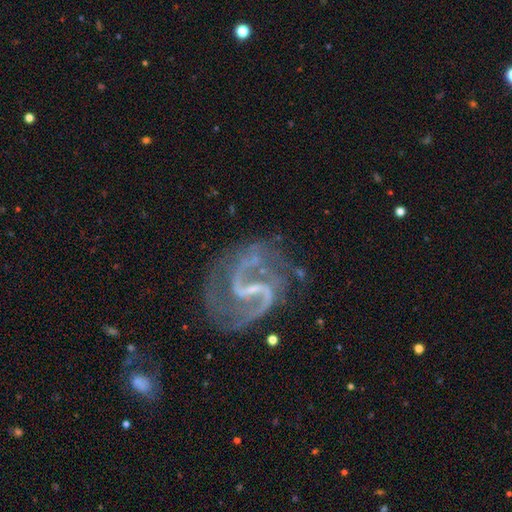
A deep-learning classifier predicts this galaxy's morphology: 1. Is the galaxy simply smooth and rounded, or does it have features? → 94% featured or disk, 4% star or artifact, 2% smooth.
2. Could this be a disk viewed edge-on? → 99% no, 1% yes.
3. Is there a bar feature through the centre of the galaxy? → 50% weak, 35% strong, 15% no.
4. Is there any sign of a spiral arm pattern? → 98% yes, 2% no.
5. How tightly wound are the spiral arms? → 56% medium, 33% loose, 11% tight.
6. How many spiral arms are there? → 93% 2, 2% 3, 2% can't tell, 1% 1, 1% 4, 1% more than 4.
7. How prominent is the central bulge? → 57% small, 33% none, 8% moderate, 1% large, 1% dominant.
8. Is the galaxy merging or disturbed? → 65% none, 19% minor disturbance, 12% major disturbance, 3% merger.